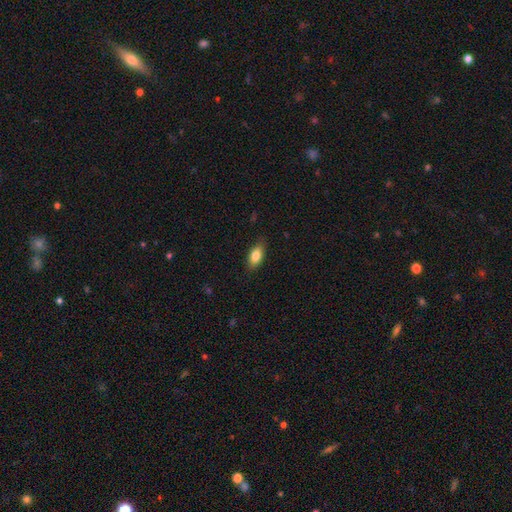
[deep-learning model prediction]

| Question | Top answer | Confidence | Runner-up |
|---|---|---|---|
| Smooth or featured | smooth | 82% | featured or disk (11%) |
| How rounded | in between | 86% | cigar-shaped (10%) |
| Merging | none | 83% | minor disturbance (13%) |